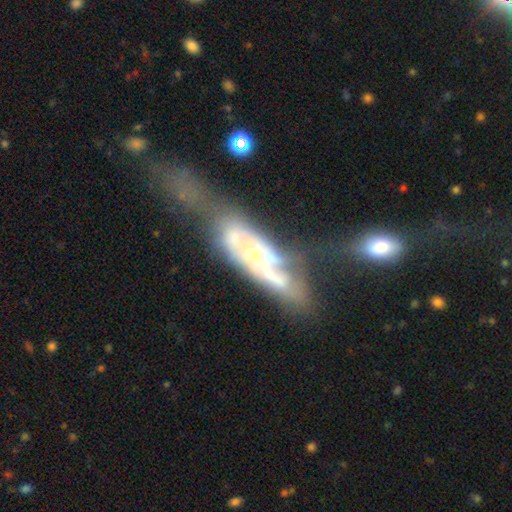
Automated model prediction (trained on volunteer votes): smooth_or_featured: featured or disk (p=0.72) [alt: smooth p=0.20]
disk_edge_on: no (p=0.77) [alt: yes p=0.23]
bar: no (p=0.76) [alt: weak p=0.17]
has_spiral_arms: yes (p=0.53) [alt: no p=0.47]
bulge_size: small (p=0.49) [alt: moderate p=0.38]
merging: merger (p=0.33) [alt: major disturbance p=0.31]